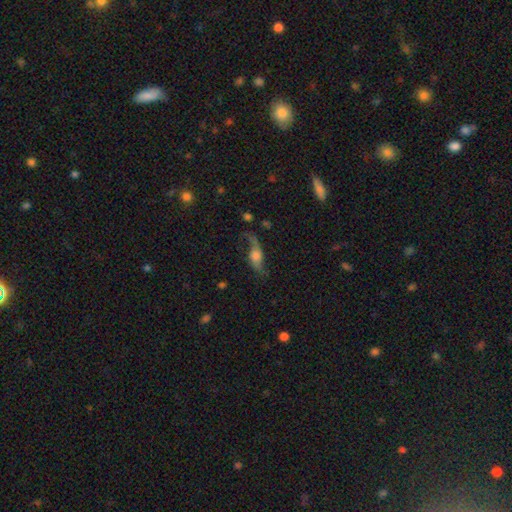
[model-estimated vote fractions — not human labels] Q: Smooth or featured?
A: featured or disk (67%); runner-up: smooth (25%)
Q: Edge-on disk?
A: no (77%); runner-up: yes (23%)
Q: Bar?
A: no (67%); runner-up: weak (26%)
Q: Spiral arms?
A: yes (89%); runner-up: no (11%)
Q: Bulge size?
A: moderate (44%); runner-up: large (25%)
Q: Merging?
A: none (60%); runner-up: minor disturbance (20%)